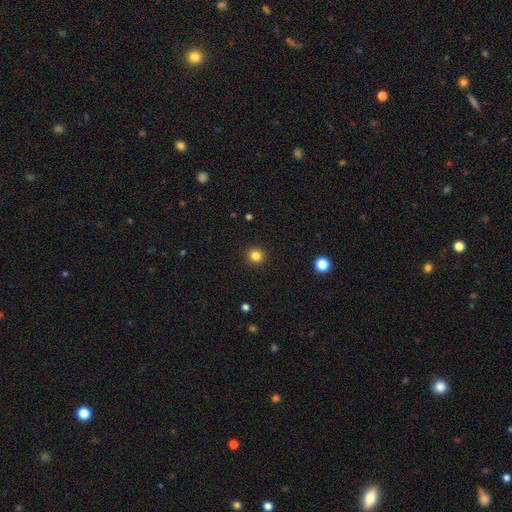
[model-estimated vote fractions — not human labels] Smooth or featured?
  - smooth: 83% *
  - star or artifact: 13%
  - featured or disk: 4%
How rounded?
  - round: 92% *
  - in between: 7%
  - cigar-shaped: 1%
Merging?
  - none: 93% *
  - minor disturbance: 5%
  - major disturbance: 2%
  - merger: 1%